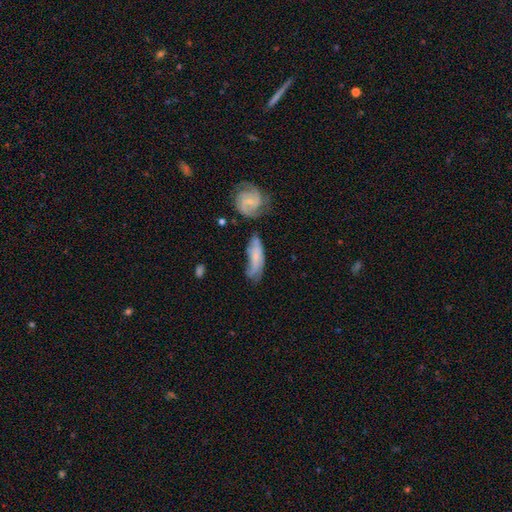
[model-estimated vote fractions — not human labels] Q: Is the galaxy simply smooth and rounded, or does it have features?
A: featured or disk — 49%.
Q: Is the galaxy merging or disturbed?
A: none — 49%.